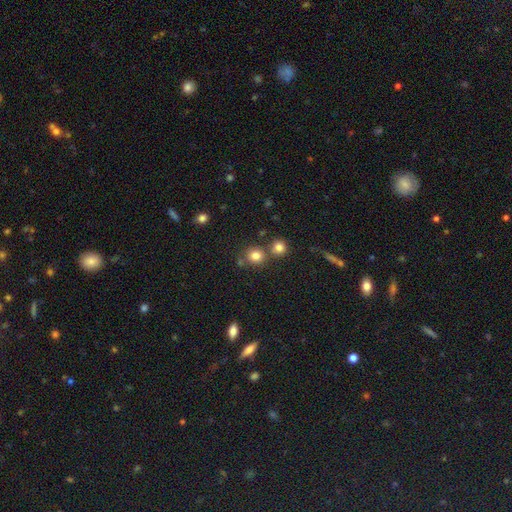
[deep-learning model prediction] This appears to be a smooth galaxy with no disk features (80%) that is round (85%). Merging: none (68%).